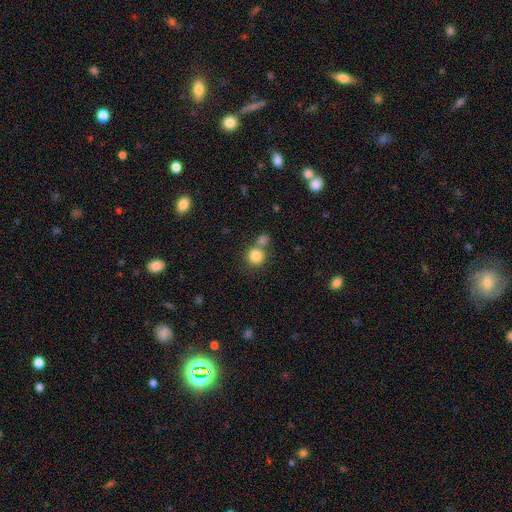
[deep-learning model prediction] A smooth galaxy with no disk features (84%) that is round (90%).

Vote fractions:
- Smooth or featured? smooth: 84% / star or artifact: 10% / featured or disk: 6%
- How rounded? round: 90% / in between: 9% / cigar-shaped: 1%
- Merging? none: 56% / merger: 32% / minor disturbance: 9% / major disturbance: 4%